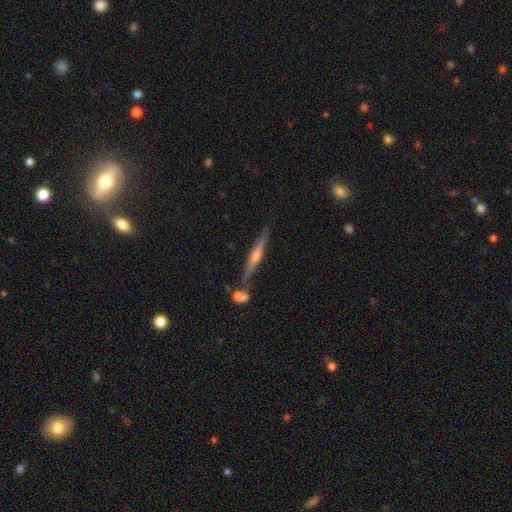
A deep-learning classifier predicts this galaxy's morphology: This appears to be a featured or disk galaxy (72%) viewed edge-on (97%) with a rounded central bulge (81%). Merging: none (79%).